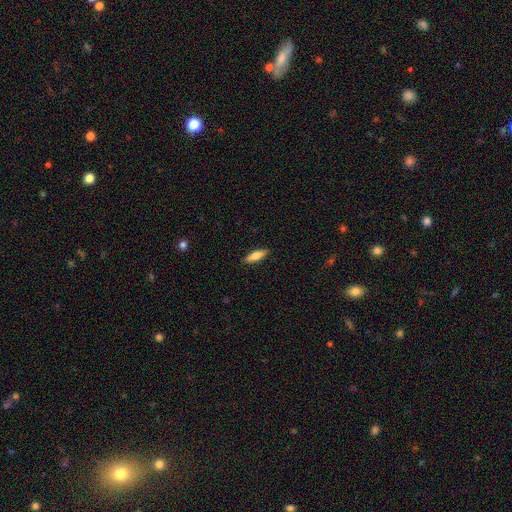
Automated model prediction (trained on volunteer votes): This is likely a smooth galaxy (72%). How rounded: possibly cigar-shaped (56%). Merging: clearly none (89%).